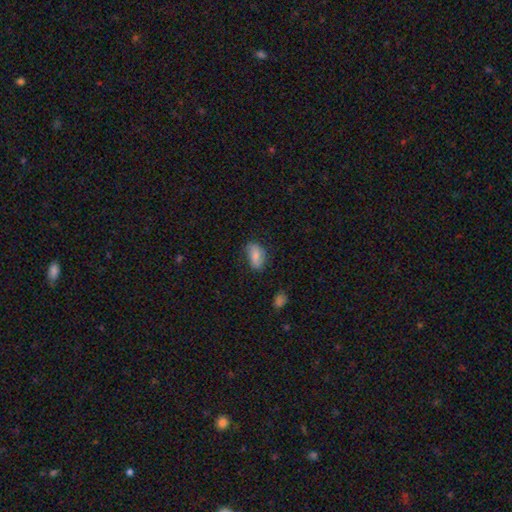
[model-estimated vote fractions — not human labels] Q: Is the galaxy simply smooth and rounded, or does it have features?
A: smooth — 76%.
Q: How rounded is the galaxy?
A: in between — 91%.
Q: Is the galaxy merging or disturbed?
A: none — 67%.